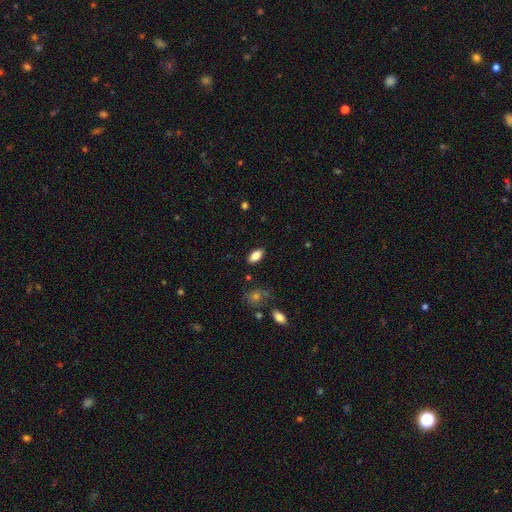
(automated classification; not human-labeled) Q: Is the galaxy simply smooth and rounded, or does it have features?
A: smooth — 83%.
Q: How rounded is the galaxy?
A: in between — 90%.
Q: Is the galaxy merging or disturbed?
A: none — 87%.